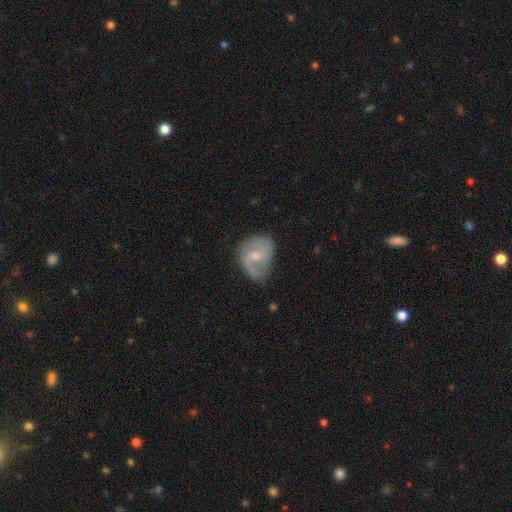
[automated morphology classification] Smooth or featured?
  - featured or disk: 68% *
  - smooth: 26%
  - star or artifact: 6%
Edge-on disk?
  - no: 97% *
  - yes: 3%
Bar?
  - weak: 50% *
  - no: 38%
  - strong: 11%
Spiral arms?
  - yes: 86% *
  - no: 14%
Spiral winding?
  - medium: 46% *
  - loose: 34%
  - tight: 20%
Spiral arm count?
  - 2: 74% *
  - 1: 11%
  - can't tell: 11%
  - 3: 2%
  - 4: 1%
  - more than 4: 1%
Bulge size?
  - small: 51% *
  - moderate: 42%
  - none: 4%
  - large: 2%
  - dominant: 1%
Merging?
  - none: 53% *
  - minor disturbance: 32%
  - major disturbance: 13%
  - merger: 2%